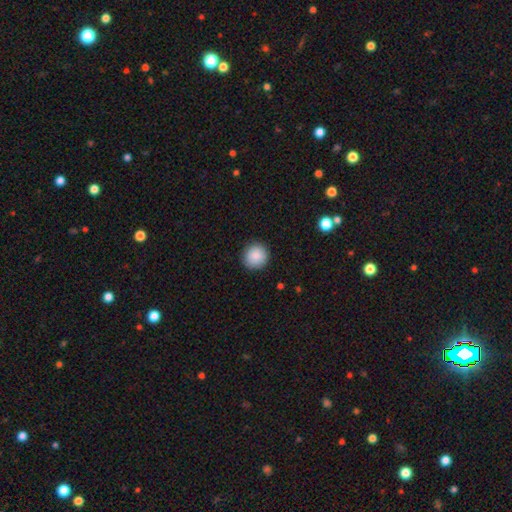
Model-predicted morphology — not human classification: Smooth or featured? smooth (88%)
How rounded? round (94%)
Merging? none (91%)